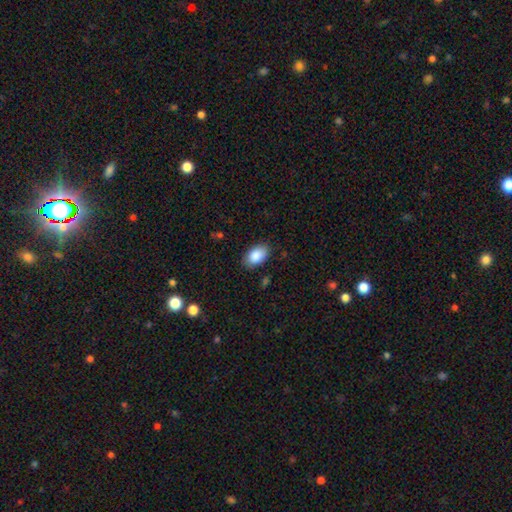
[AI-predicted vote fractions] smooth 87%, star or artifact 7%, featured or disk 7%. Down the decision tree: how rounded — in between (92%); merging — none (85%).